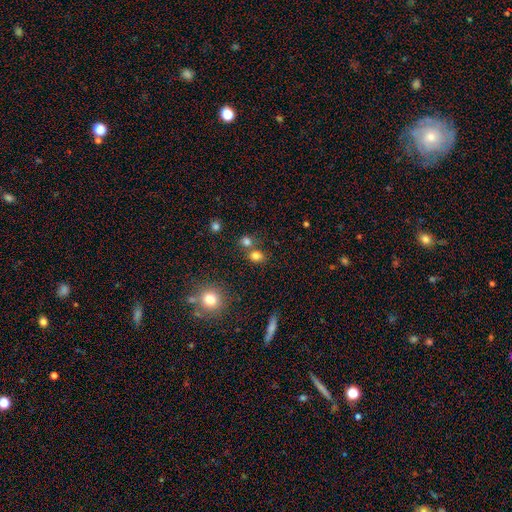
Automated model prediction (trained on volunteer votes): Smooth or featured?
  - smooth: 79% *
  - star or artifact: 14%
  - featured or disk: 7%
How rounded?
  - round: 58% *
  - in between: 40%
  - cigar-shaped: 1%
Merging?
  - none: 59% *
  - merger: 27%
  - minor disturbance: 10%
  - major disturbance: 4%